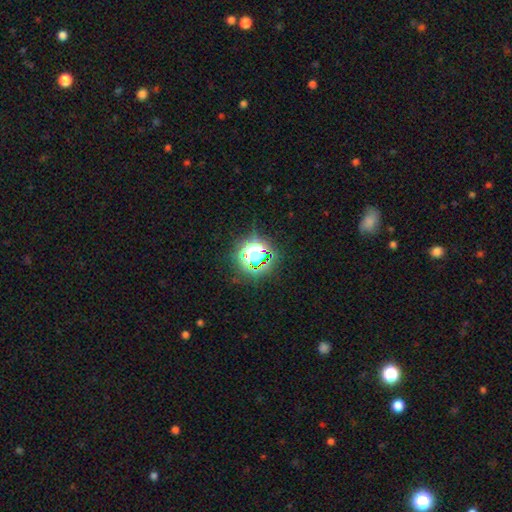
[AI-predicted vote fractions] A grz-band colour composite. It shows a star or artifact, not a galaxy (72%).